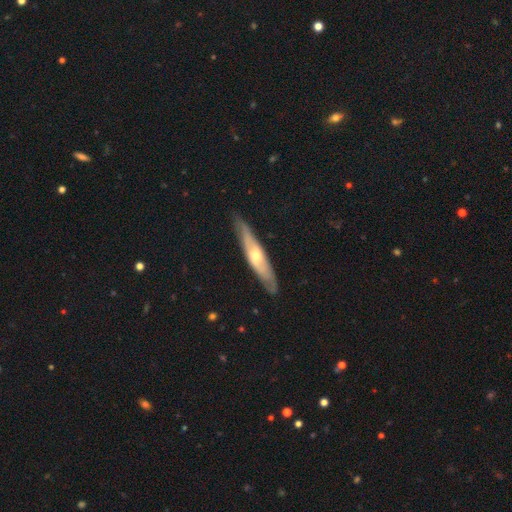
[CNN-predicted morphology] This appears to be a featured or disk galaxy (60%) viewed edge-on (71%). Merging: none (81%).